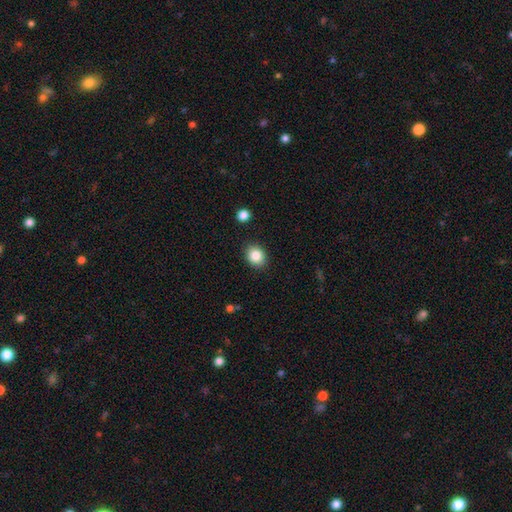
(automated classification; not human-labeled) Smooth or featured? smooth (85%)
How rounded? round (60%)
Merging? none (89%)